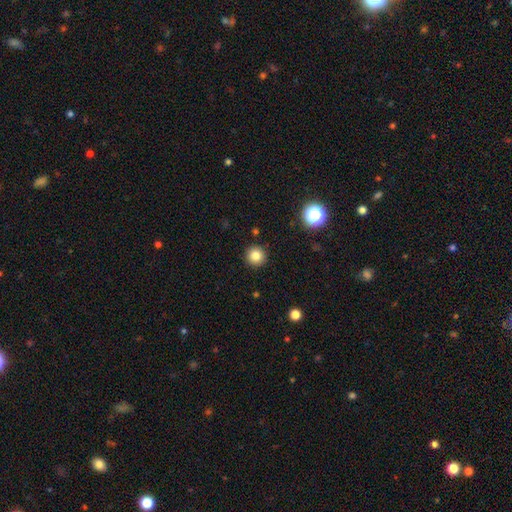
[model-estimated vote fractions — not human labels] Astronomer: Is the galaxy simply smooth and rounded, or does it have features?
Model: smooth — 82%.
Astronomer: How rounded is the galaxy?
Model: round — 96%.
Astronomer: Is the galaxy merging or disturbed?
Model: none — 92%.